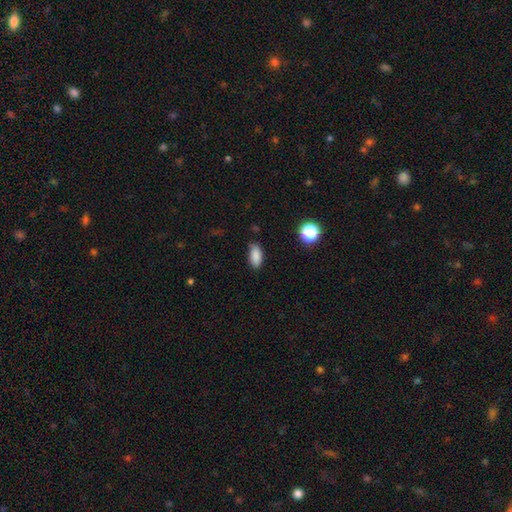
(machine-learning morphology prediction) smooth_or_featured: smooth (p=0.86) [alt: star or artifact p=0.09]
how_rounded: in between (p=0.88) [alt: cigar-shaped p=0.08]
merging: none (p=0.80) [alt: minor disturbance p=0.16]